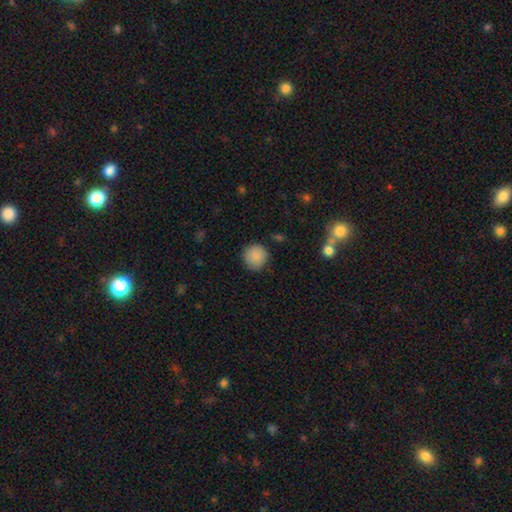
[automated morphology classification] Smooth or featured? smooth (87%)
How rounded? round (93%)
Merging? none (85%)